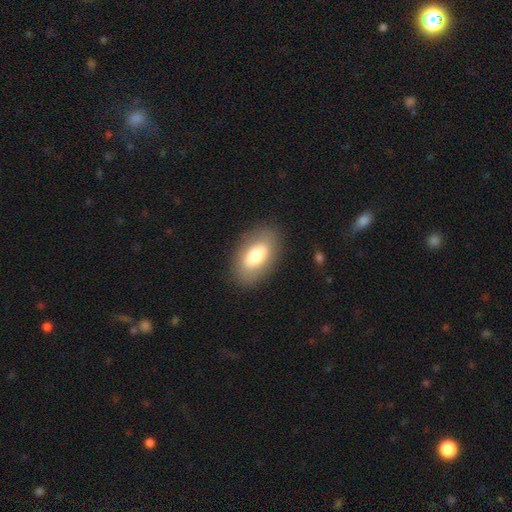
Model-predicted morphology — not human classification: Smooth or featured? smooth (72%)
How rounded? in between (92%)
Merging? none (86%)